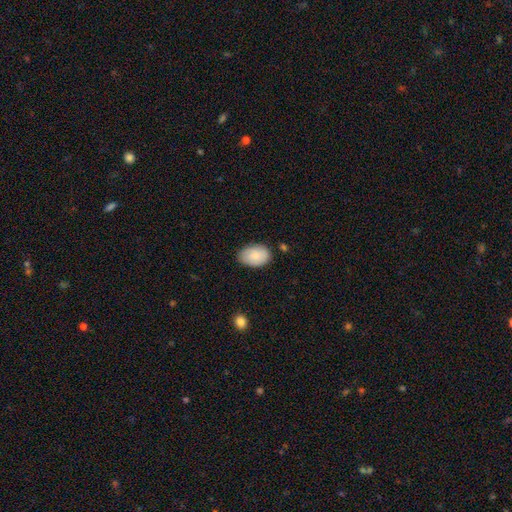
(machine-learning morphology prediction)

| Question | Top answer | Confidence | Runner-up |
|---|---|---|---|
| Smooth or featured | smooth | 86% | featured or disk (8%) |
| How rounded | in between | 89% | round (10%) |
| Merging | none | 81% | minor disturbance (14%) |